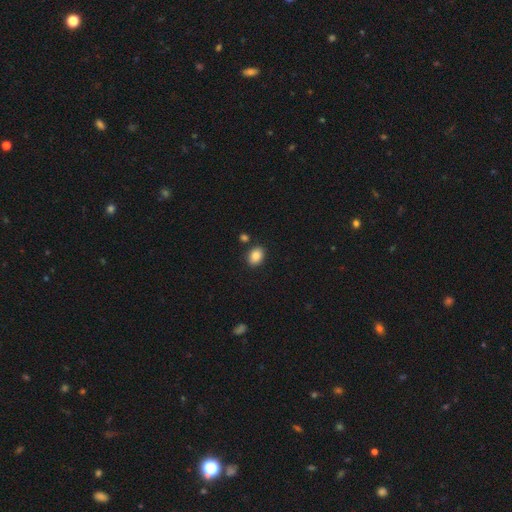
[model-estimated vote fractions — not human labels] A smooth galaxy with no disk features (87%) that is in between round and cigar-shaped (74%).

Vote fractions:
- Smooth or featured? smooth: 87% / star or artifact: 8% / featured or disk: 5%
- How rounded? in between: 74% / round: 25% / cigar-shaped: 1%
- Merging? none: 84% / minor disturbance: 9% / merger: 4% / major disturbance: 3%